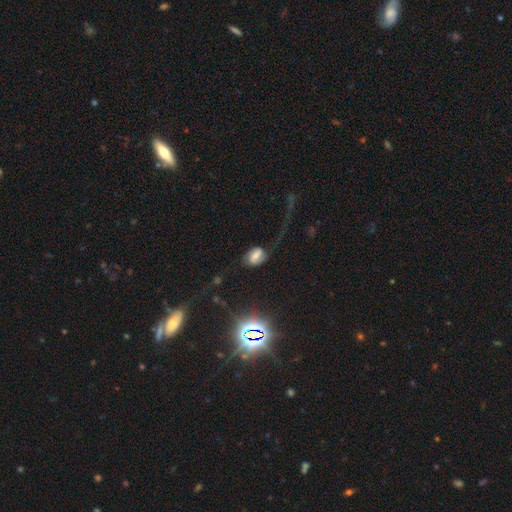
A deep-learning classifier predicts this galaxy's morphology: A smooth galaxy with no disk features (44%).

Vote fractions:
- Smooth or featured? smooth: 44% / featured or disk: 41% / star or artifact: 15%
- Merging? none: 50% / major disturbance: 26% / minor disturbance: 19% / merger: 5%